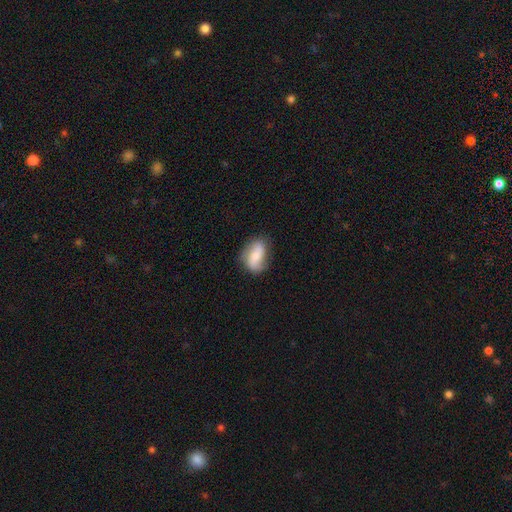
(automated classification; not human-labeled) Smooth or featured?
  - smooth: 51% *
  - featured or disk: 41%
  - star or artifact: 7%
How rounded?
  - in between: 84% *
  - round: 12%
  - cigar-shaped: 4%
Merging?
  - none: 68% *
  - minor disturbance: 23%
  - major disturbance: 7%
  - merger: 2%